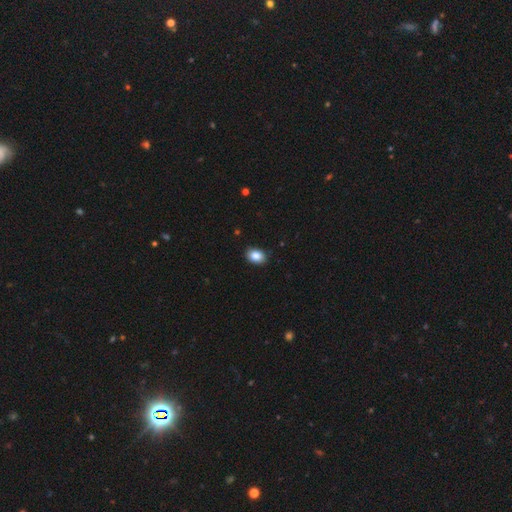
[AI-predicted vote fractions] Smooth or featured? smooth (86%)
How rounded? in between (75%)
Merging? none (90%)